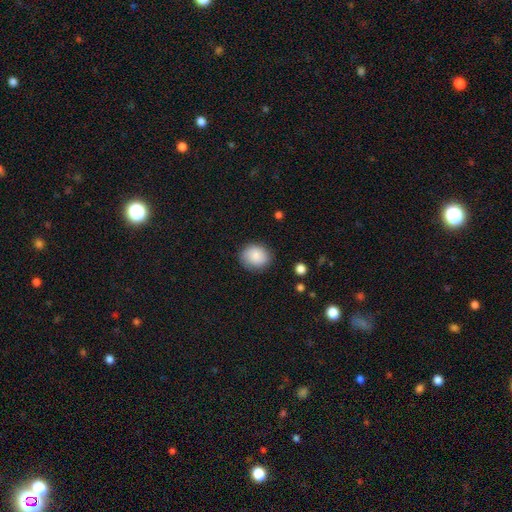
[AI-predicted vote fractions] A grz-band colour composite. It shows a smooth galaxy with no disk features (86%) that is round (65%). Merging: none (82%).